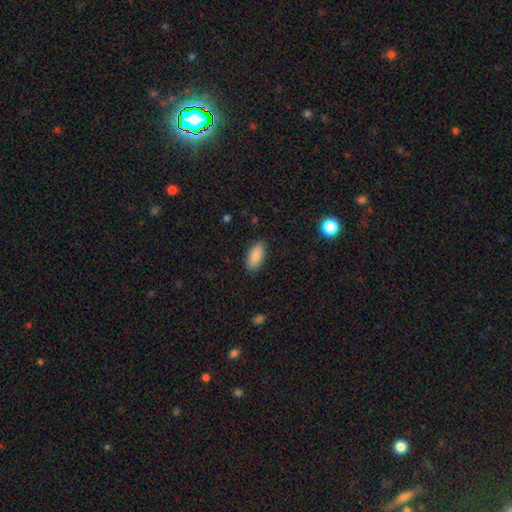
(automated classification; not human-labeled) Smooth or featured? smooth (88%)
How rounded? in between (89%)
Merging? none (86%)